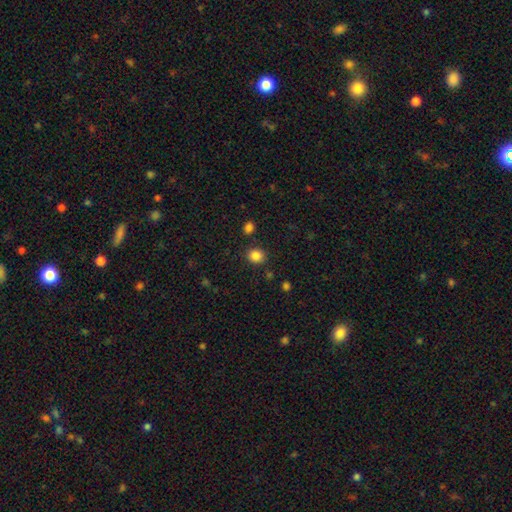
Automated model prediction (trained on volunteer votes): smooth-or-featured: smooth: 85% | star or artifact: 11% | featured or disk: 4%
  how-rounded: round: 70% | in between: 29% | cigar-shaped: 1%
  merging: none: 84% | minor disturbance: 9% | merger: 4% | major disturbance: 3%